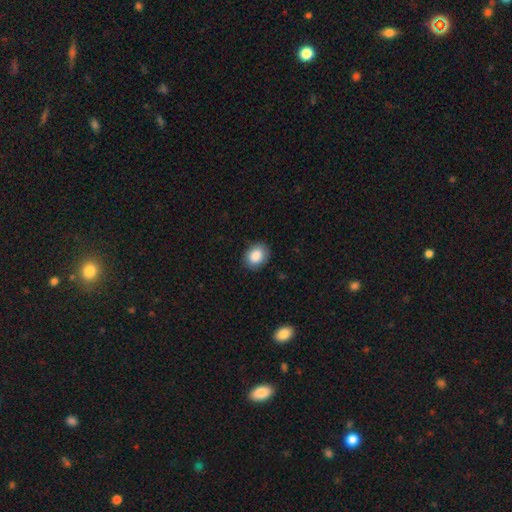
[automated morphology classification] Smooth or featured? smooth (87%)
How rounded? in between (53%)
Merging? none (85%)